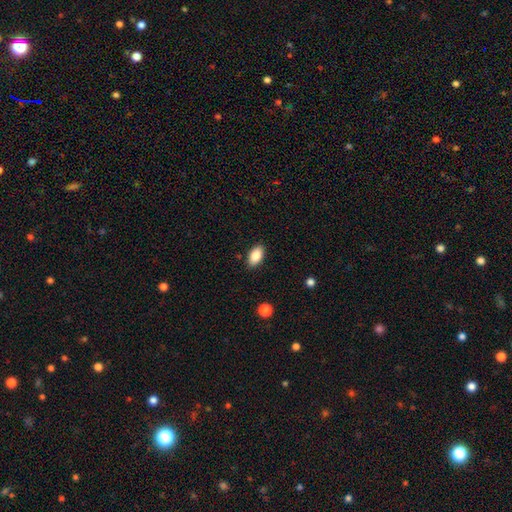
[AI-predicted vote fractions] This is clearly a smooth galaxy (87%). How rounded: clearly in between (93%). Merging: clearly none (88%).